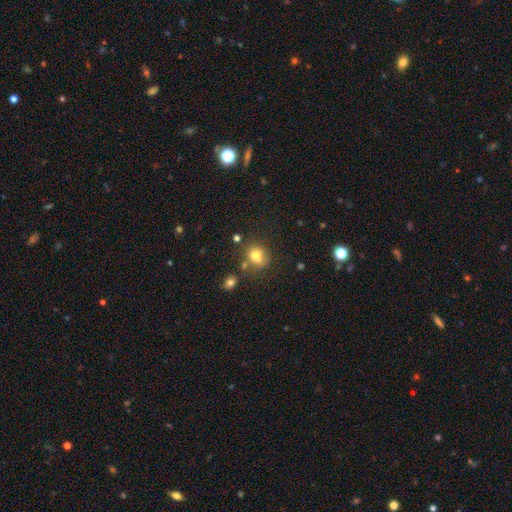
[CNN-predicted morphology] Smooth or featured: smooth — 72% (featured or disk — 14%)
How rounded: round — 69% (in between — 30%)
Merging: none — 52% (minor disturbance — 22%)